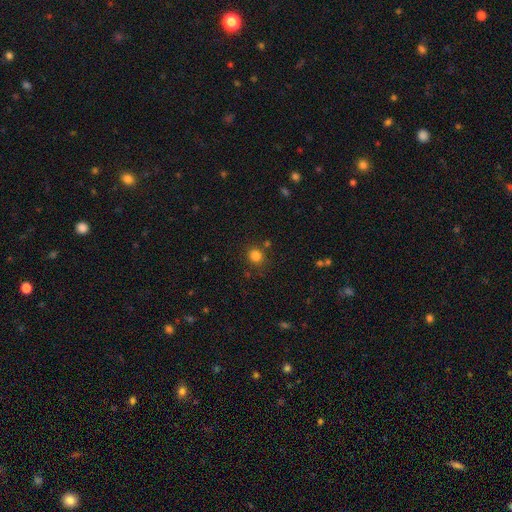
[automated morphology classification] Smooth or featured? Predicted: smooth (p=0.82). How rounded? Predicted: round (p=0.86). Merging? Predicted: none (p=0.82).